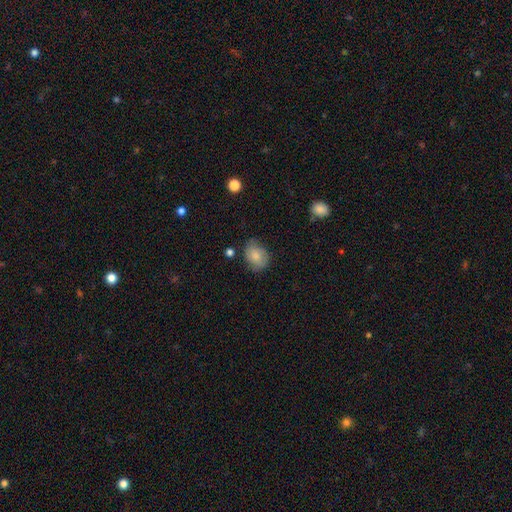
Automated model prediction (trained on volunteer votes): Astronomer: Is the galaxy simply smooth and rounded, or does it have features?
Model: smooth — 78%.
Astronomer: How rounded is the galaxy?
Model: in between — 58% (runner-up: round, 41%).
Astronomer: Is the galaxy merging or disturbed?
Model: none — 66%.